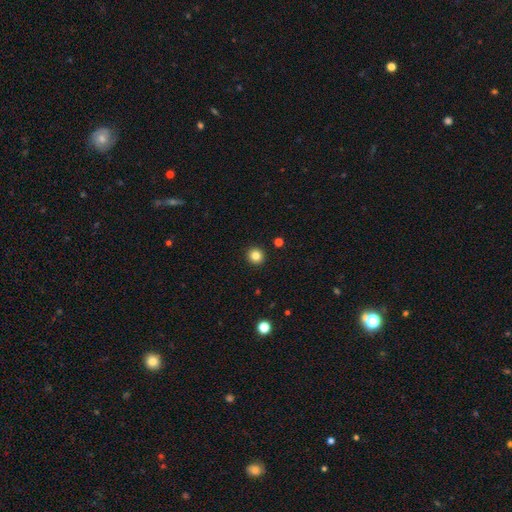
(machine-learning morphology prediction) type=smooth (84%); roundness=round (94%); merging=none (93%).